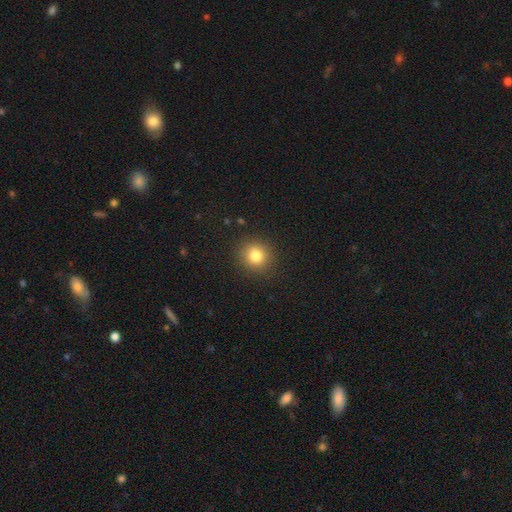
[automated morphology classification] Overall: smooth (80%). How rounded: round (85%). Merging: none (89%).